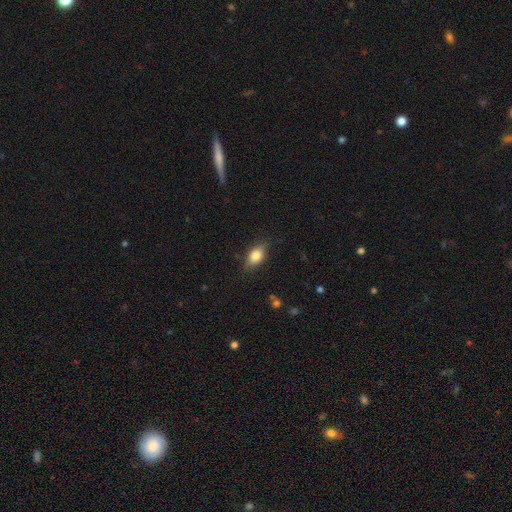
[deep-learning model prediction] Smooth or featured? smooth (75%)
How rounded? in between (80%)
Merging? none (77%)